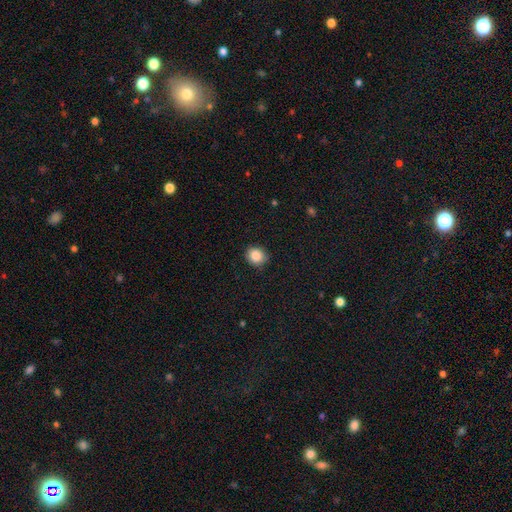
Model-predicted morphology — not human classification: Smooth or featured?
  - smooth: 86% *
  - star or artifact: 9%
  - featured or disk: 5%
How rounded?
  - round: 75% *
  - in between: 24%
  - cigar-shaped: 1%
Merging?
  - none: 88% *
  - minor disturbance: 9%
  - major disturbance: 2%
  - merger: 1%